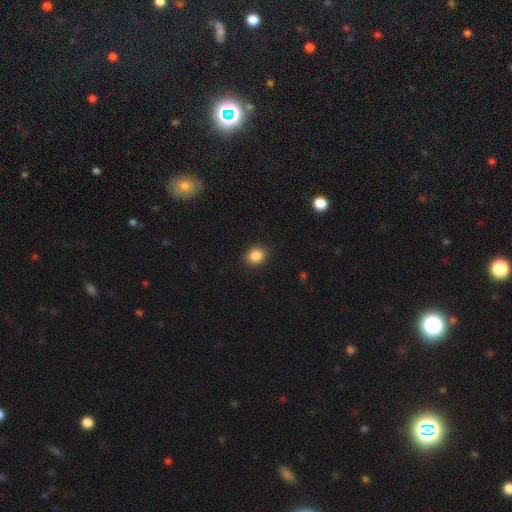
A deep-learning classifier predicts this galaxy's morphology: Smooth or featured?
  - smooth: 87% *
  - star or artifact: 10%
  - featured or disk: 3%
How rounded?
  - round: 74% *
  - in between: 25%
  - cigar-shaped: 1%
Merging?
  - none: 91% *
  - minor disturbance: 6%
  - major disturbance: 2%
  - merger: 1%